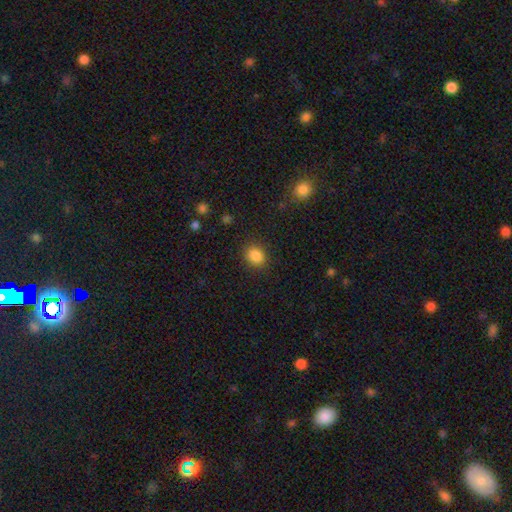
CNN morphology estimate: This is clearly a smooth galaxy (85%). How rounded: likely round (66%). Merging: clearly none (88%).